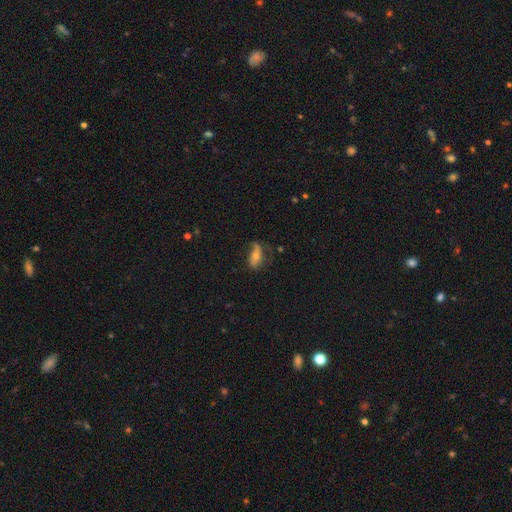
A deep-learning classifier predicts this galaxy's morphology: smooth 46%, featured or disk 44%, star or artifact 11%. Down the decision tree: merging — none (46%).